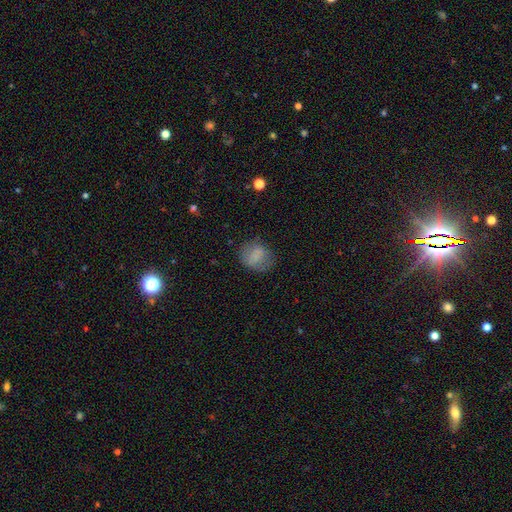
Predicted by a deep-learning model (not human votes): Morphology: type=smooth (75%); roundness=round (62%); merging=none (68%).